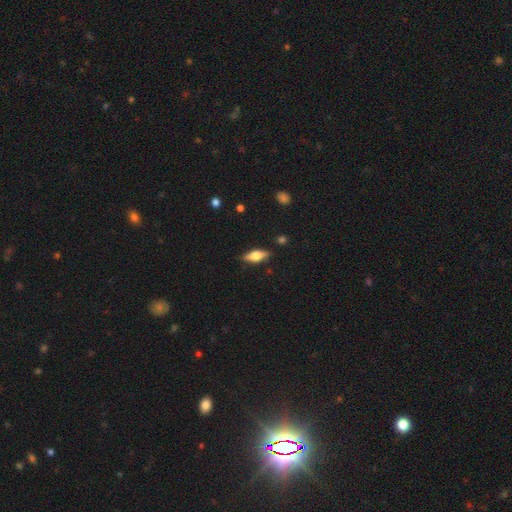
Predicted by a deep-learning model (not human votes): smooth 47%, featured or disk 46%, star or artifact 7%. Down the decision tree: merging — none (85%).